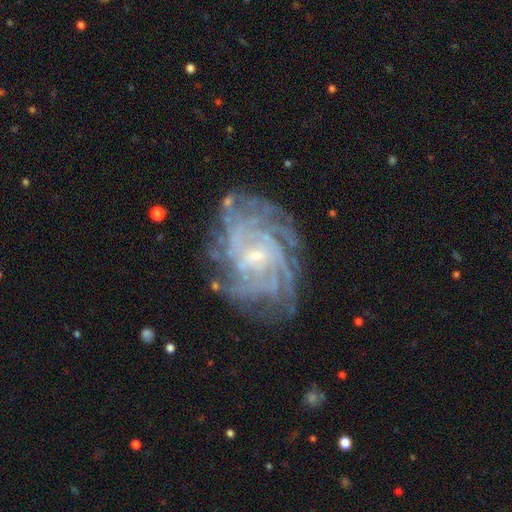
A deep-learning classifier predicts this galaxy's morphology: type=featured or disk (87%); edge-on=no (97%); bar=no (50%); spiral arms=yes (96%); winding=tight (70%); arm count=can't tell (29%); bulge=small (78%); merging=none (73%).